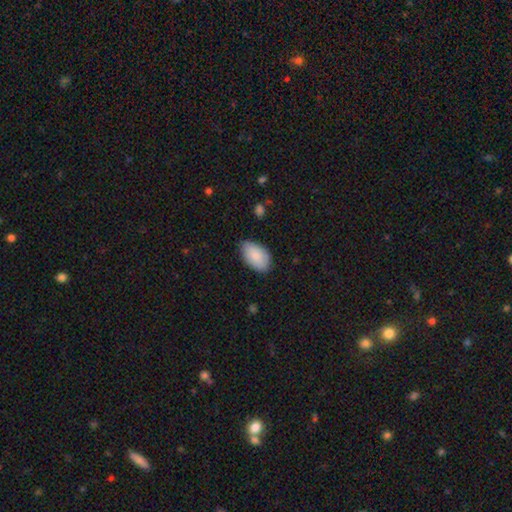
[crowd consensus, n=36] Smooth or featured? smooth (92%)
How rounded? in between (91%)
Merging? none (69%)